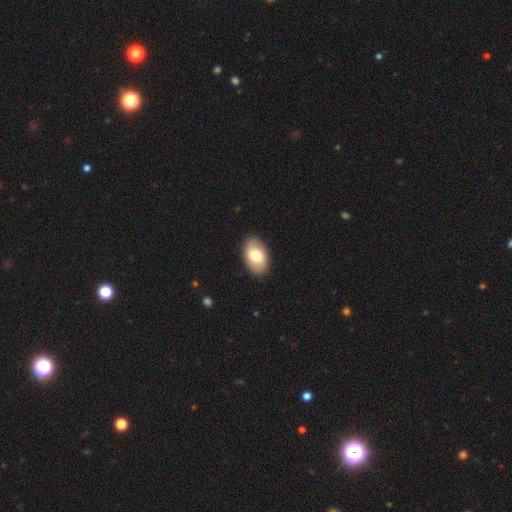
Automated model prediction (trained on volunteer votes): This is likely a smooth galaxy (75%). How rounded: clearly in between (92%). Merging: clearly none (89%).